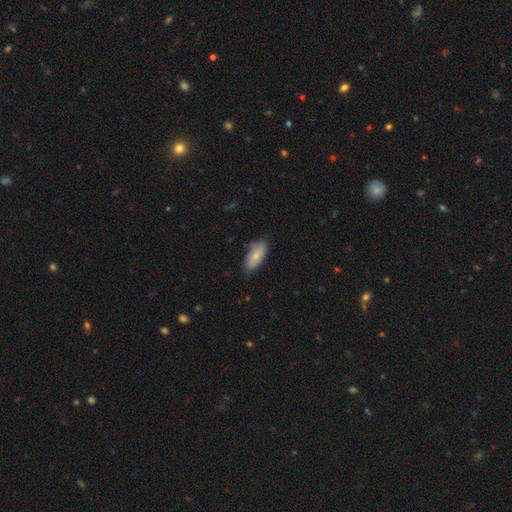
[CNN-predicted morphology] smooth-or-featured: smooth: 79% | featured or disk: 15% | star or artifact: 6%
  how-rounded: in between: 86% | cigar-shaped: 12% | round: 2%
  merging: none: 71% | minor disturbance: 24% | major disturbance: 4% | merger: 2%